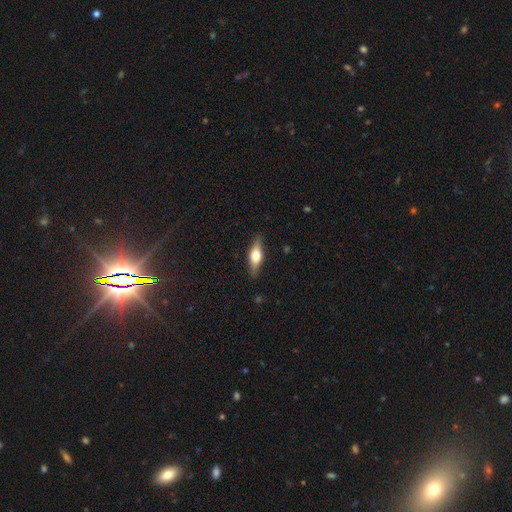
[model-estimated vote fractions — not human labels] Smooth or featured? featured or disk (52%)
Edge-on disk? yes (92%)
Merging? none (86%)